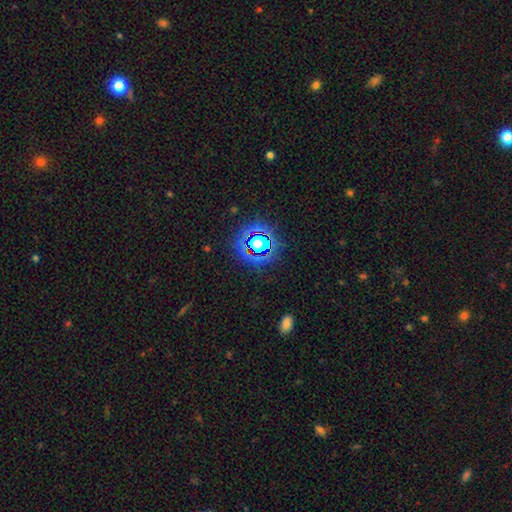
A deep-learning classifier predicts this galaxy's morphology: smooth_or_featured: star or artifact (p=0.78) [alt: smooth p=0.14]